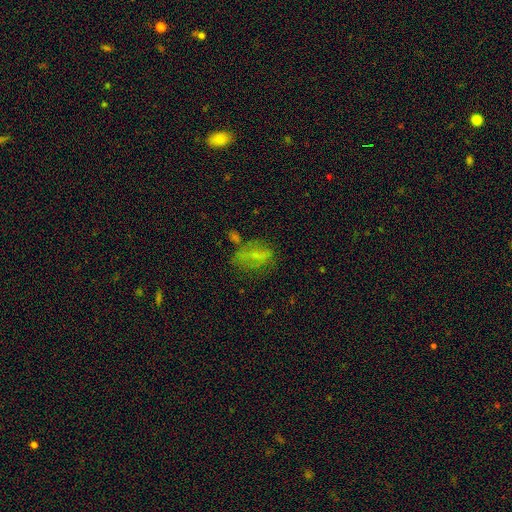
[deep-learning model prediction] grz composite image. It shows a smooth galaxy with no disk features (50%). Merging: none (50%).